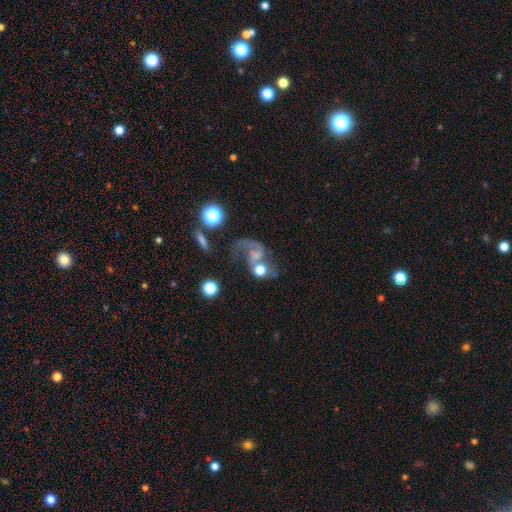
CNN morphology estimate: smooth_or_featured: featured or disk (p=0.61) [alt: smooth p=0.21]
disk_edge_on: no (p=0.97) [alt: yes p=0.03]
bar: no (p=0.66) [alt: weak p=0.27]
has_spiral_arms: yes (p=0.77) [alt: no p=0.23]
bulge_size: small (p=0.37) [alt: moderate p=0.30]
merging: major disturbance (p=0.30) [tied with: merger p=0.30]